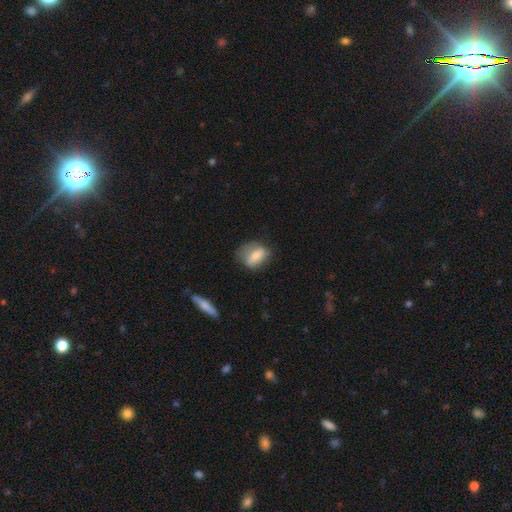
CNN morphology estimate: A smooth galaxy with no disk features (66%) that is in between round and cigar-shaped (72%). Merging: none (58%).